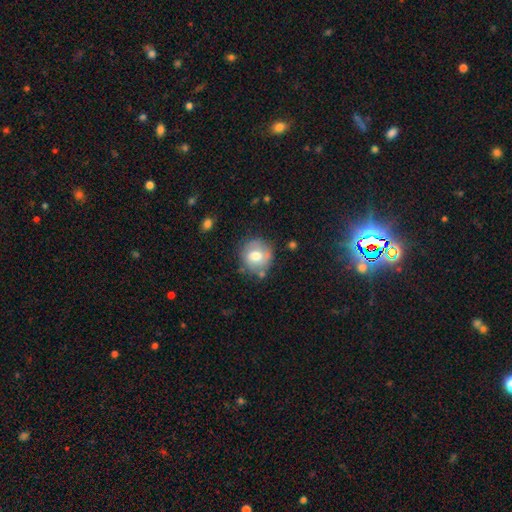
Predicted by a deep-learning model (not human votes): smooth 65%, featured or disk 27%, star or artifact 8%. Down the decision tree: how rounded — round (87%); merging — none (71%).